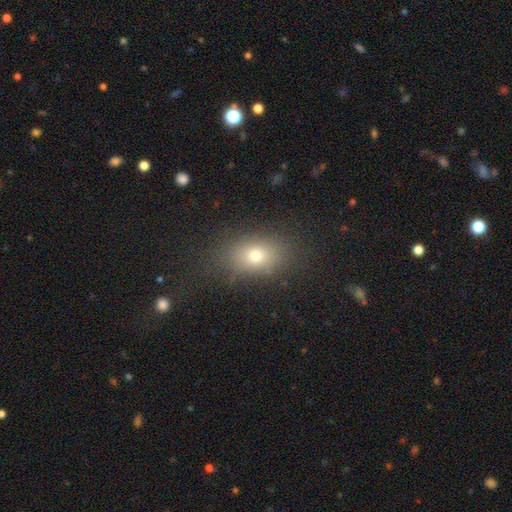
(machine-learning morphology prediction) A smooth galaxy with no disk features (73%) that is in between round and cigar-shaped (75%).

Vote fractions:
- Smooth or featured? smooth: 73% / star or artifact: 14% / featured or disk: 13%
- How rounded? in between: 75% / round: 23% / cigar-shaped: 2%
- Merging? none: 79% / minor disturbance: 13% / major disturbance: 7% / merger: 2%